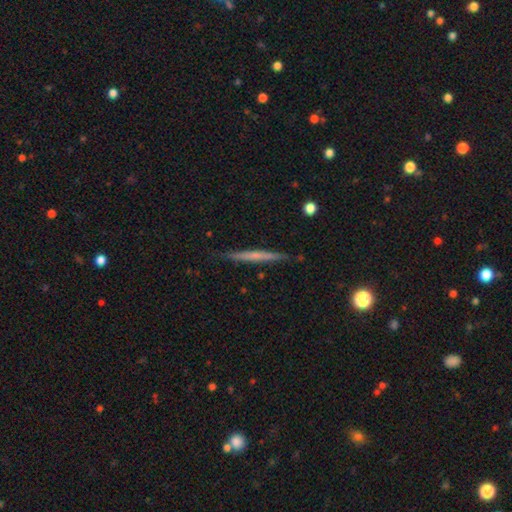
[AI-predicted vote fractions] featured or disk 51%, smooth 43%, star or artifact 6%. Down the decision tree: edge-on disk — yes (97%); merging — none (89%).